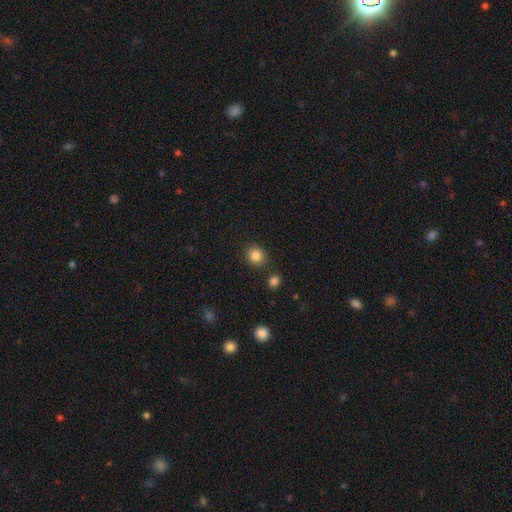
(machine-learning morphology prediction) This appears to be a smooth galaxy with no disk features (85%) that is round (86%). Merging: none (85%).